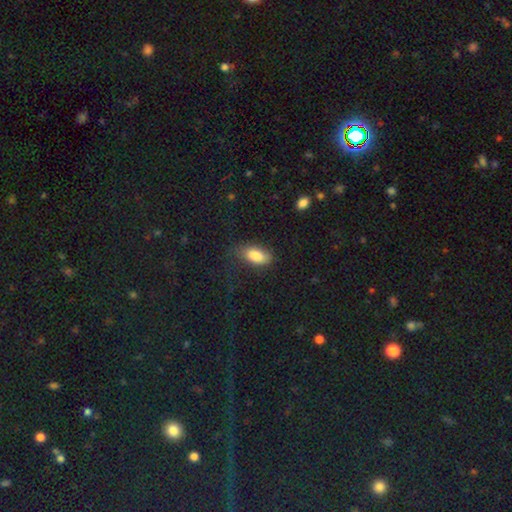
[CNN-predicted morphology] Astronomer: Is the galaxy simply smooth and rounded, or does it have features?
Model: smooth — 85%.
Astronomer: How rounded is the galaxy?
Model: in between — 91%.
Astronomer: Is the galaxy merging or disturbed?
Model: none — 67%.